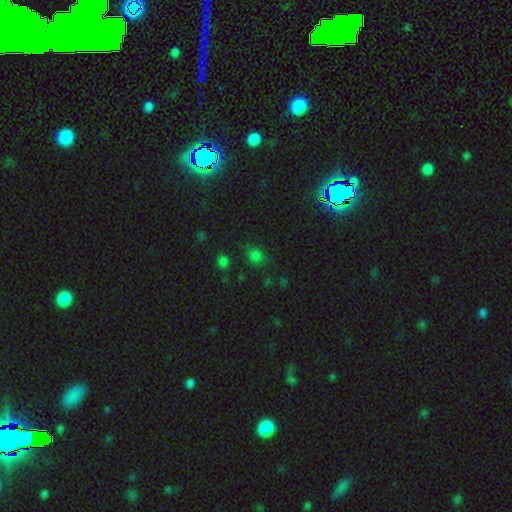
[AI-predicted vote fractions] Smooth or featured? smooth (68%)
How rounded? round (69%)
Merging? none (73%)